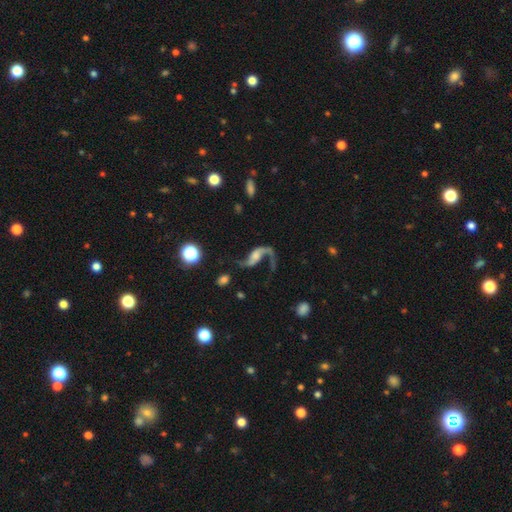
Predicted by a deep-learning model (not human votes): The model was most divided on "bulge size": moderate: 30%, small: 29%, none: 23%, large: 14%, dominant: 3%. Remaining: spiral arms — yes (96%); edge-on disk — no (95%); spiral winding — loose (89%); spiral arm count — 2 (89%); smooth or featured — featured or disk (87%); merging — none (60%); bar — no (47%).